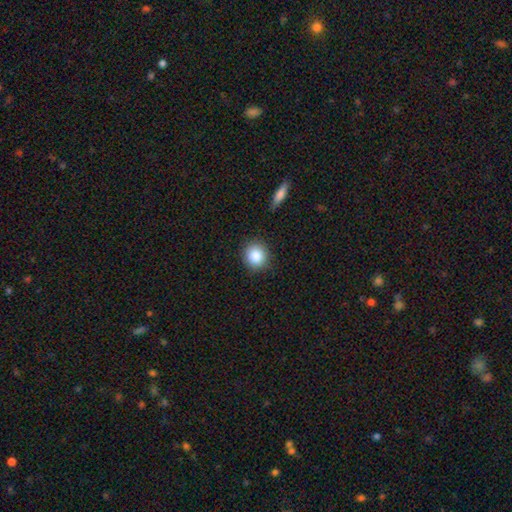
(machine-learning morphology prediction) type=smooth (85%); roundness=round (86%); merging=none (87%).